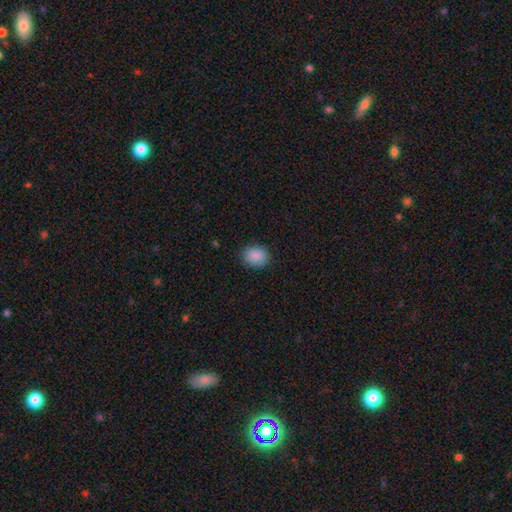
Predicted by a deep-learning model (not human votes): Q: Smooth or featured?
A: smooth (88%); runner-up: star or artifact (8%)
Q: How rounded?
A: round (54%); runner-up: in between (46%)
Q: Merging?
A: none (85%); runner-up: minor disturbance (11%)